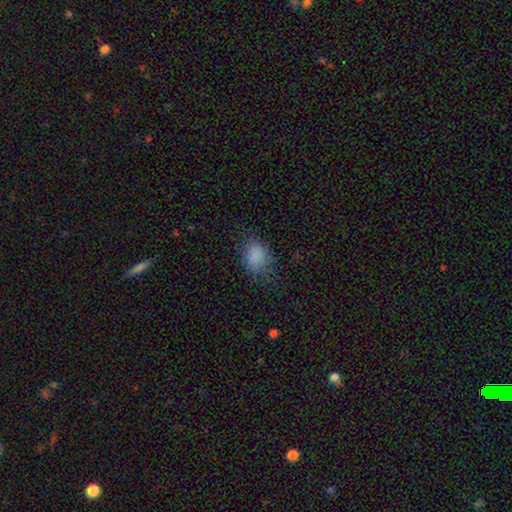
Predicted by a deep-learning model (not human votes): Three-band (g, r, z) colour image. It shows a smooth galaxy with no disk features (83%) that is in between round and cigar-shaped (62%). Merging: none (67%).